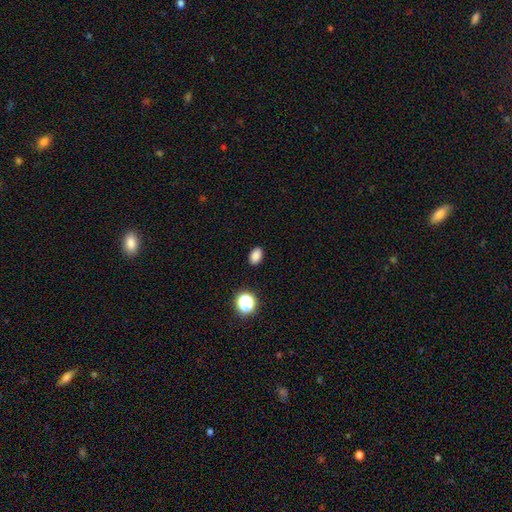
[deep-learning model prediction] smooth-or-featured: smooth: 84% | star or artifact: 12% | featured or disk: 4%
  how-rounded: in between: 82% | round: 17% | cigar-shaped: 1%
  merging: none: 89% | minor disturbance: 8% | major disturbance: 2% | merger: 1%